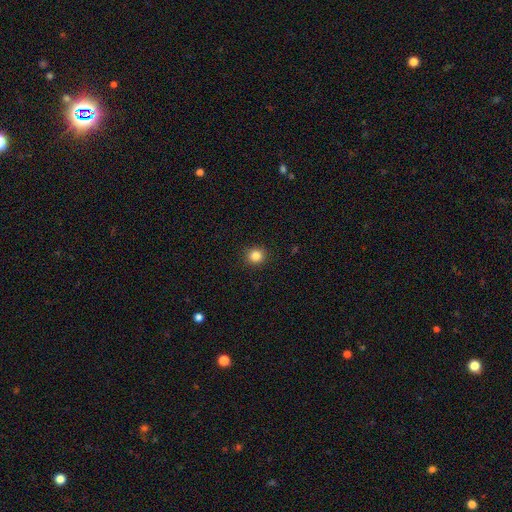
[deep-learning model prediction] Smooth or featured? Predicted: smooth (p=0.84). How rounded? Predicted: round (p=0.91). Merging? Predicted: none (p=0.91).